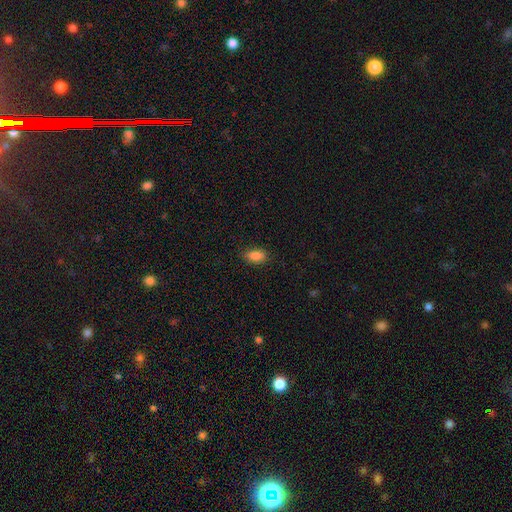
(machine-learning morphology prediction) smooth 85%, star or artifact 9%, featured or disk 6%. Down the decision tree: how rounded — in between (88%); merging — none (85%).